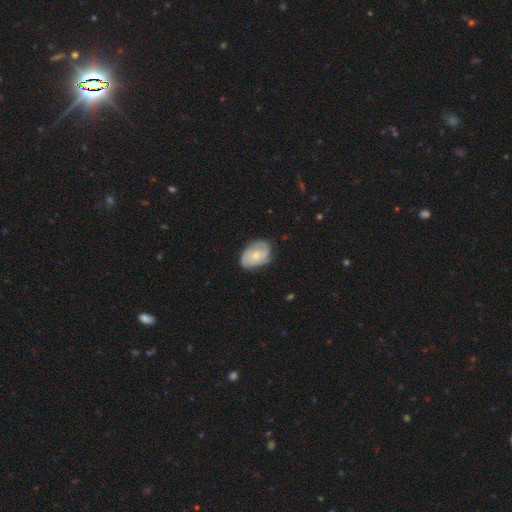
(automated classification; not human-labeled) Overall: featured or disk (64%; smooth 30%). Edge-on disk: no (97%). Bar: no (75%). Spiral arms: yes (88%). Spiral arm count: 2 (33%; 3 27%). Spiral winding: tight (44%; medium 40%). Bulge size: small (50%; moderate 44%). Merging: none (70%).